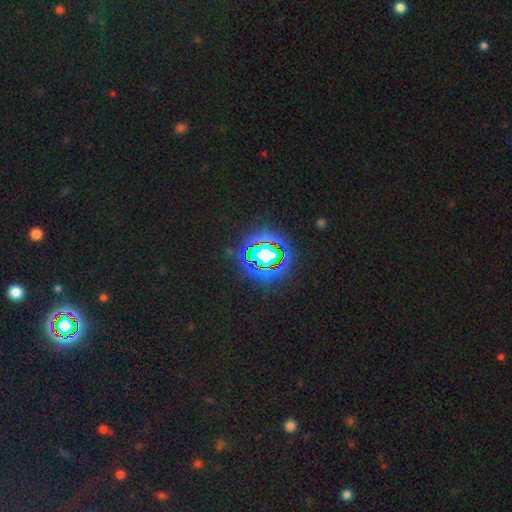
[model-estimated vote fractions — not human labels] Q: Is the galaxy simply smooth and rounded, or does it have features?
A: star or artifact — 77%.